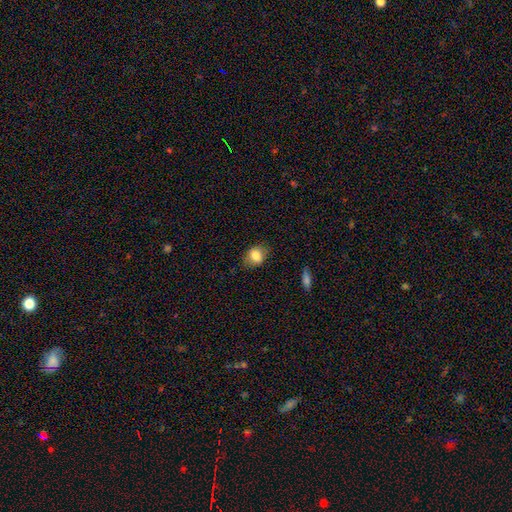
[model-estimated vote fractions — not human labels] This is likely a smooth galaxy (77%). How rounded: likely in between (66%). Merging: likely none (75%).